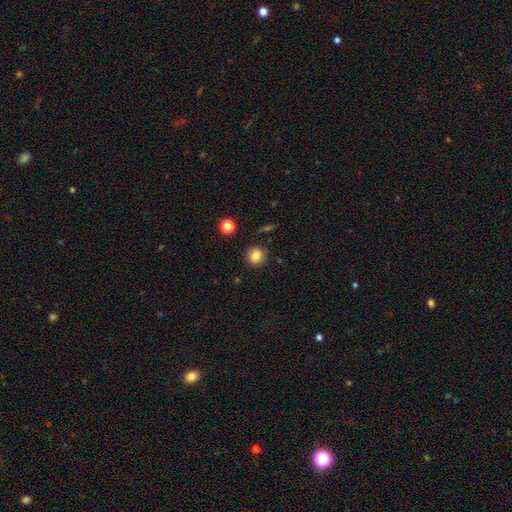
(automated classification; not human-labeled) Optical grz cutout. It shows a smooth galaxy with no disk features (80%) that is round (79%). Merging: none (86%).